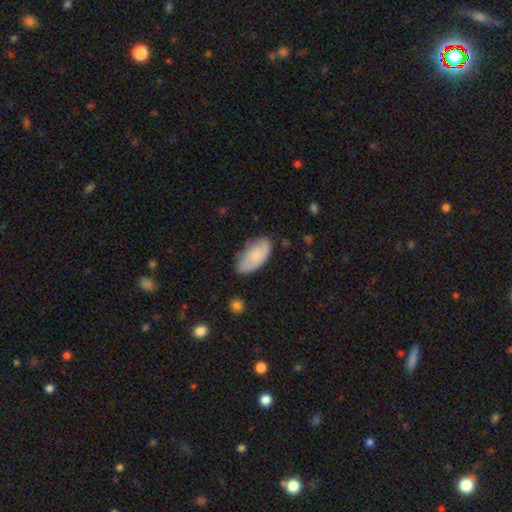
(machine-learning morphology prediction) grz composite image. It shows a smooth galaxy with no disk features (79%) that is in between round and cigar-shaped (93%). Merging: none (69%).